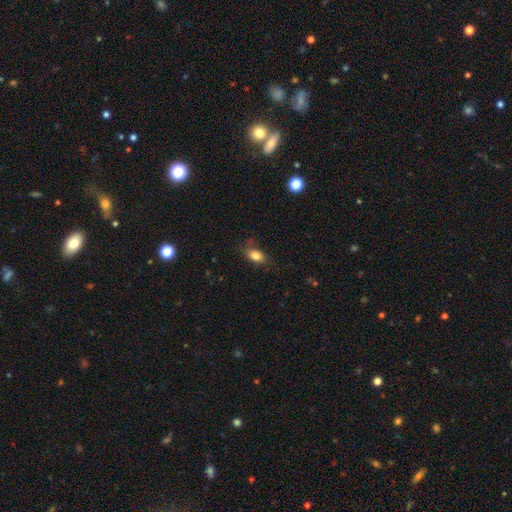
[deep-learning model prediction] A smooth galaxy with no disk features (82%) that is in between round and cigar-shaped (85%). Merging: none (67%).